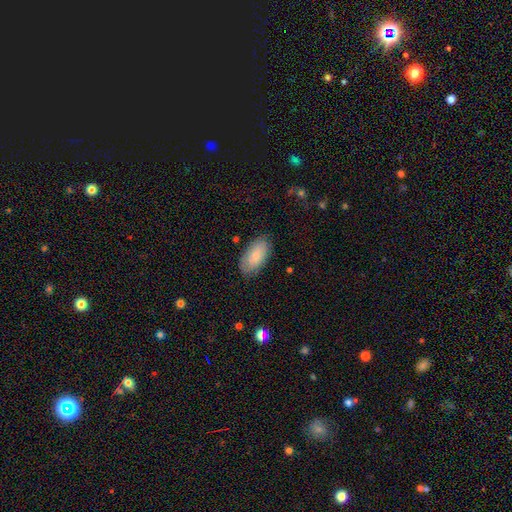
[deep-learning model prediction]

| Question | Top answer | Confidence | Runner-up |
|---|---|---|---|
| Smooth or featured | smooth | 81% | featured or disk (13%) |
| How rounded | in between | 94% | cigar-shaped (3%) |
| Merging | none | 82% | minor disturbance (14%) |